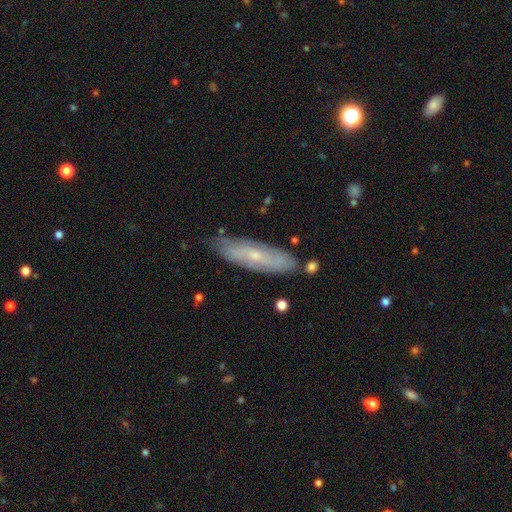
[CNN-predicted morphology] Overall: featured or disk (55%; smooth 38%). Edge-on disk: no (61%; yes 39%). Merging: none (80%).